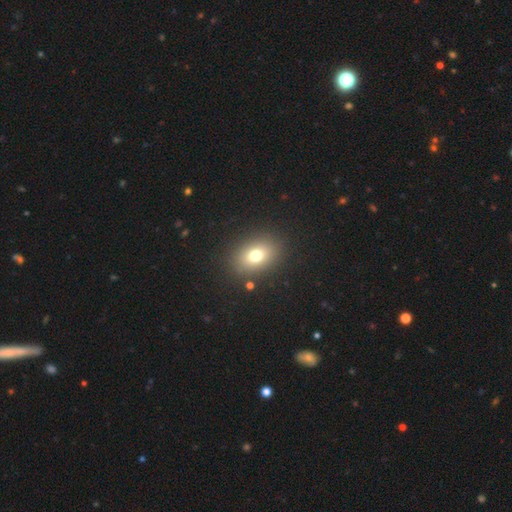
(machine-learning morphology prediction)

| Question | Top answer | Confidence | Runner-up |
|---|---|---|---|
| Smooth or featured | smooth | 73% | star or artifact (14%) |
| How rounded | in between | 68% | round (31%) |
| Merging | none | 87% | minor disturbance (8%) |